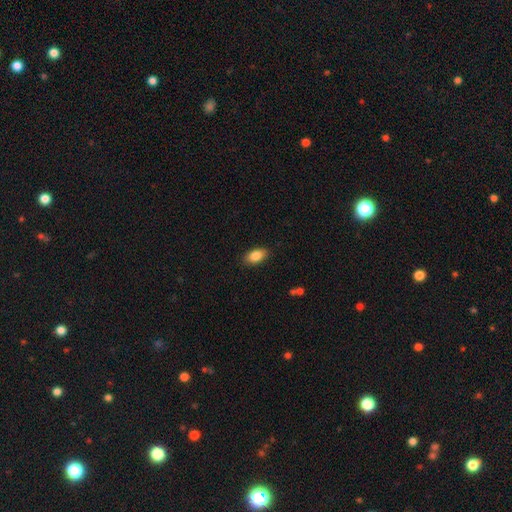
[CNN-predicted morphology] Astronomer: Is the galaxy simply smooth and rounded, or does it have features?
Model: smooth — 85%.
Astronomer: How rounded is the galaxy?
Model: in between — 92%.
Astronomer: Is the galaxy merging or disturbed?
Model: none — 88%.